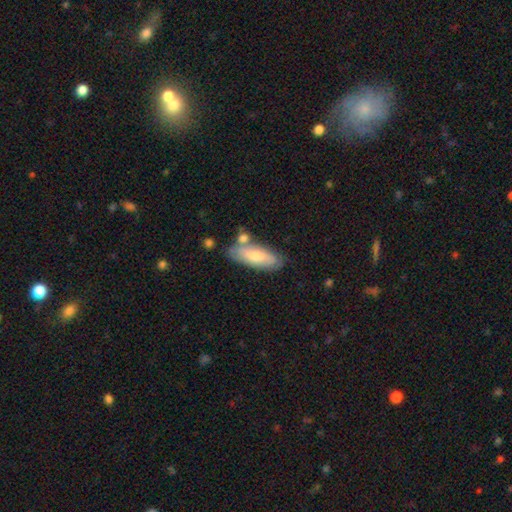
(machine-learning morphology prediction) Q: Smooth or featured?
A: smooth (69%); runner-up: featured or disk (26%)
Q: How rounded?
A: in between (69%); runner-up: cigar-shaped (29%)
Q: Merging?
A: none (64%); runner-up: minor disturbance (18%)